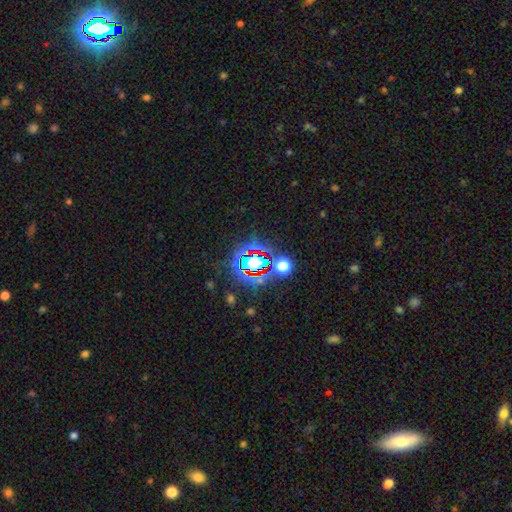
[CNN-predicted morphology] Smooth or featured? star or artifact (80%)